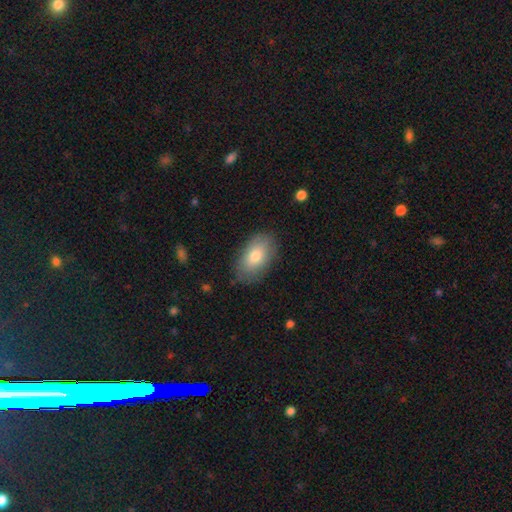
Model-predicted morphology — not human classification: A smooth galaxy with no disk features (78%) that is in between round and cigar-shaped (92%).

Vote fractions:
- Smooth or featured? smooth: 78% / featured or disk: 15% / star or artifact: 6%
- How rounded? in between: 92% / round: 6% / cigar-shaped: 2%
- Merging? none: 80% / minor disturbance: 16% / major disturbance: 4% / merger: 1%